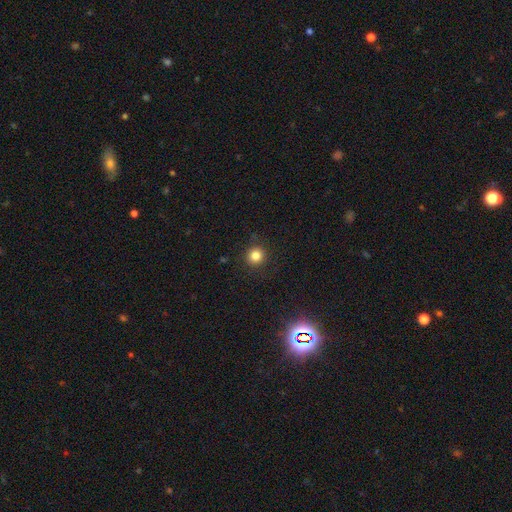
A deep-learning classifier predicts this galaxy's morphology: This is clearly a smooth galaxy (82%). How rounded: clearly round (93%). Merging: clearly none (91%).